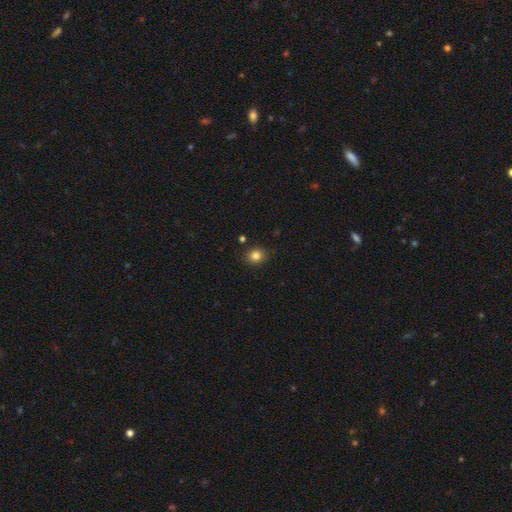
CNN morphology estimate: A smooth galaxy with no disk features (83%) that is round (73%). Merging: none (88%).